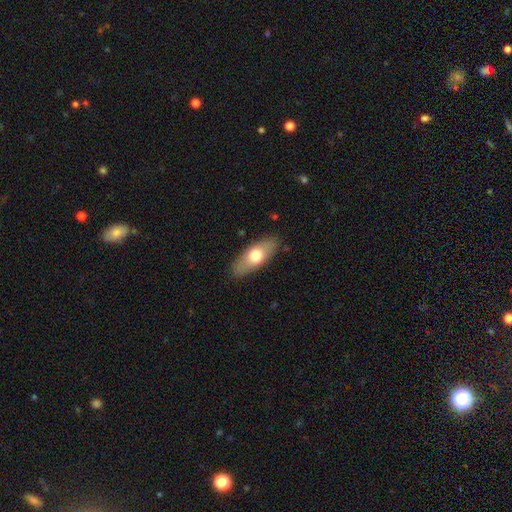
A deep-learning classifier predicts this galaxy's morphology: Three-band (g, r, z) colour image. It shows a smooth galaxy with no disk features (65%) that is in between round and cigar-shaped (75%). Merging: none (85%).